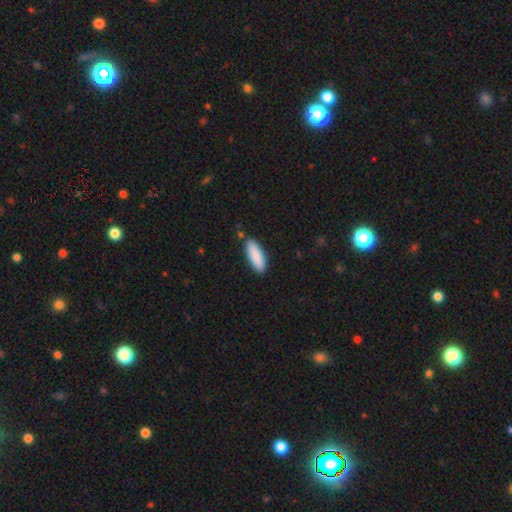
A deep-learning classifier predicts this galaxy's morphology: smooth_or_featured: smooth (p=0.89) [alt: featured or disk p=0.05]
how_rounded: in between (p=0.60) [alt: cigar-shaped p=0.39]
merging: none (p=0.87) [alt: minor disturbance p=0.09]